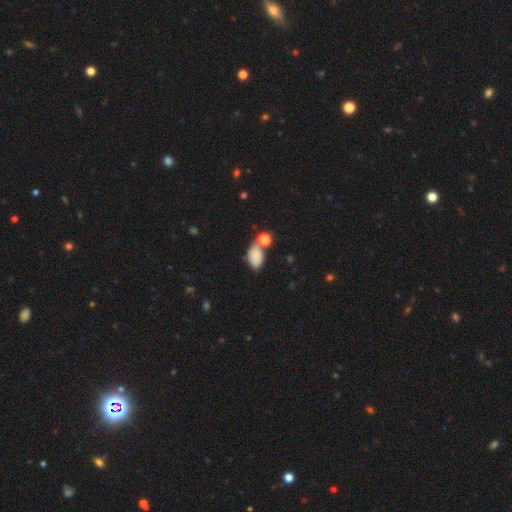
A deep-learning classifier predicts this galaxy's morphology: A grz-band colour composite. It shows a smooth galaxy with no disk features (79%) that is in between round and cigar-shaped (88%). Merging: none (53%).